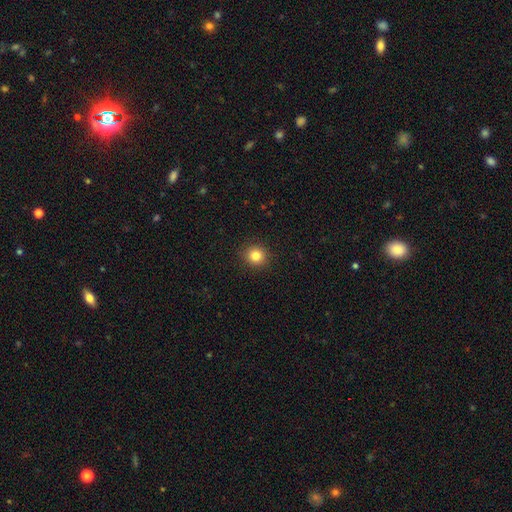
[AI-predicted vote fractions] Smooth or featured? Predicted: smooth (p=0.83). How rounded? Predicted: round (p=0.92). Merging? Predicted: none (p=0.92).